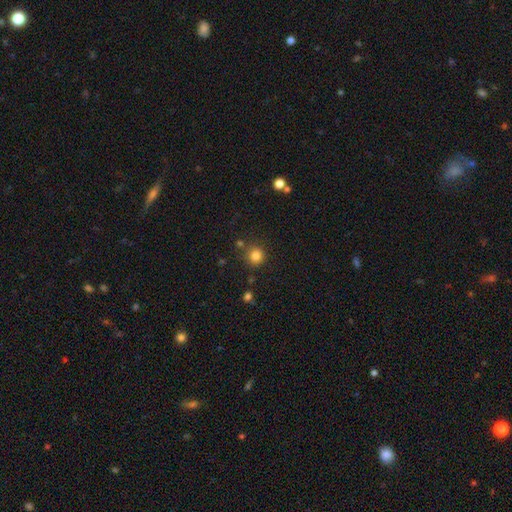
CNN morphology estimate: smooth 82%, star or artifact 13%, featured or disk 5%. Down the decision tree: how rounded — round (93%); merging — none (81%).